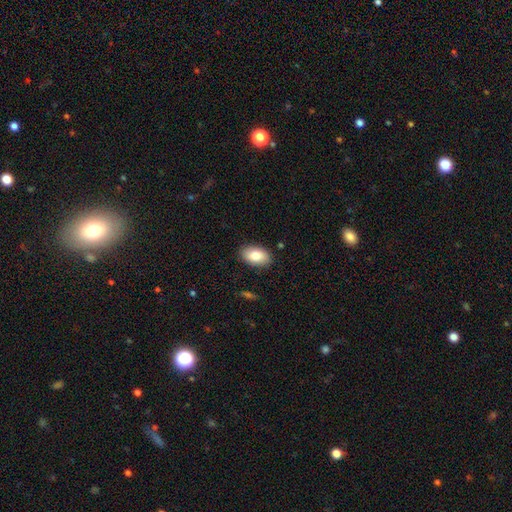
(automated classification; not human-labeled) Smooth or featured? smooth (82%)
How rounded? in between (92%)
Merging? none (87%)